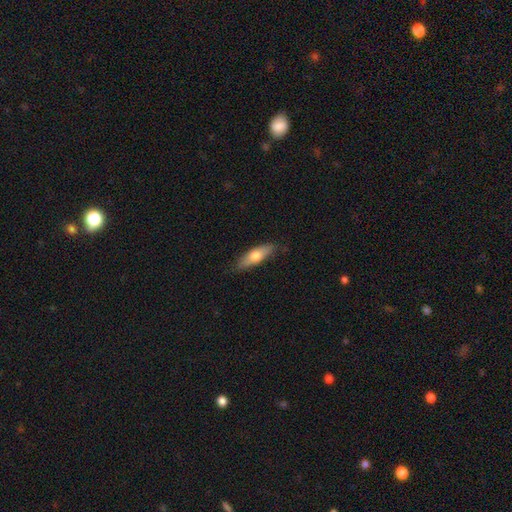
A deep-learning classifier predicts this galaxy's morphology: This appears to be a smooth galaxy with no disk features (64%) that is in between round and cigar-shaped (50%). Merging: none (82%).